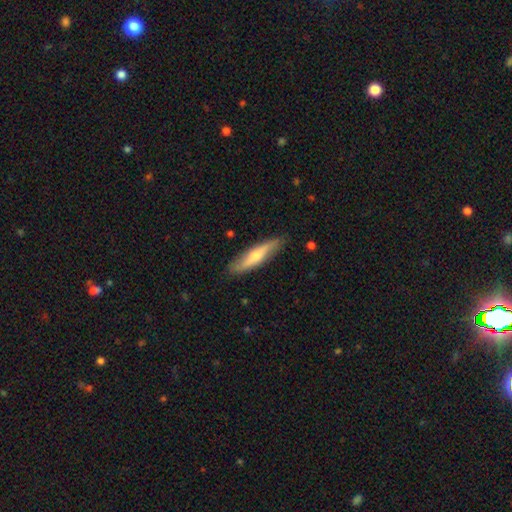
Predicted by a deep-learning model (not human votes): smooth_or_featured: smooth (p=0.53) [alt: featured or disk p=0.42]
how_rounded: cigar-shaped (p=0.78) [alt: in between p=0.20]
merging: none (p=0.84) [alt: minor disturbance p=0.12]